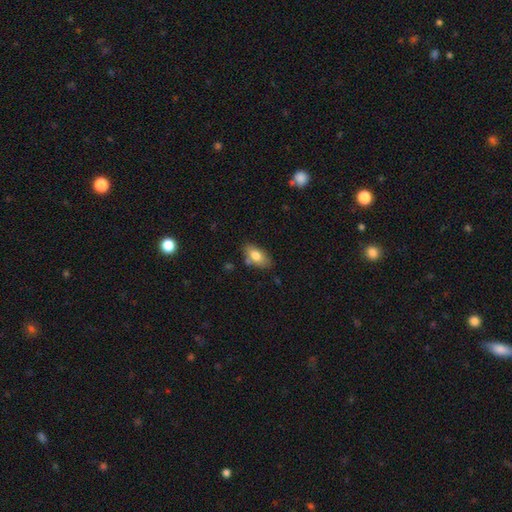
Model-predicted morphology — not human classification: A smooth galaxy with no disk features (76%) that is in between round and cigar-shaped (89%). Merging: none (70%).